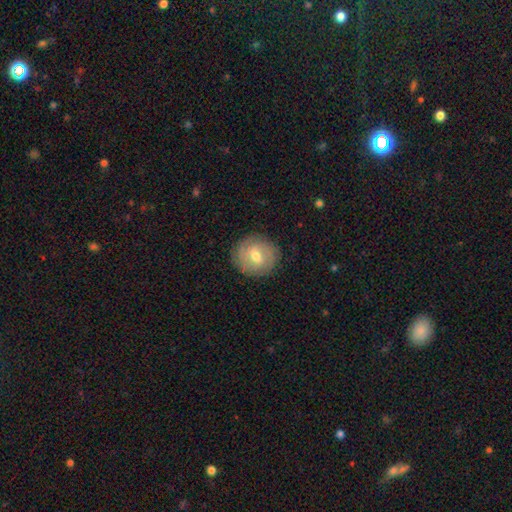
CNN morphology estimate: Overall: featured or disk (52%; smooth 40%). Edge-on disk: no (96%). Bar: weak (58%; no 29%). Spiral arms: yes (72%). Bulge size: moderate (67%). Merging: none (85%).